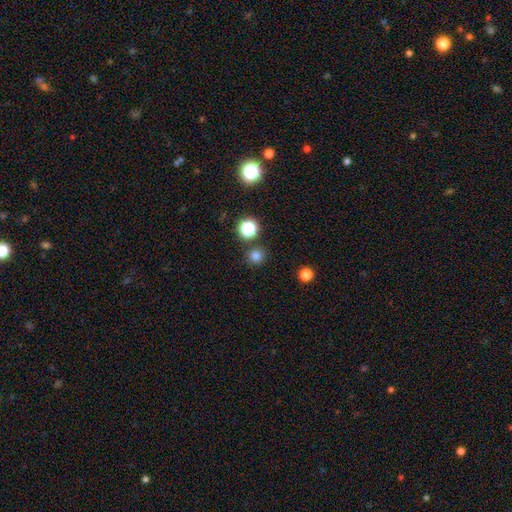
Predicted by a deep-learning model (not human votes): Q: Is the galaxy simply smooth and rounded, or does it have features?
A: smooth — 78%.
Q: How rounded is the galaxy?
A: round — 93%.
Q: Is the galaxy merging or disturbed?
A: none — 86%.